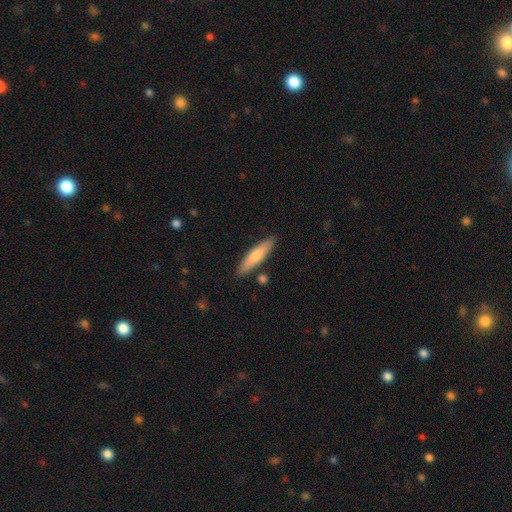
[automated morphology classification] smooth_or_featured: smooth (p=0.72) [alt: featured or disk p=0.23]
how_rounded: cigar-shaped (p=0.78) [alt: in between p=0.20]
merging: none (p=0.85) [alt: minor disturbance p=0.10]